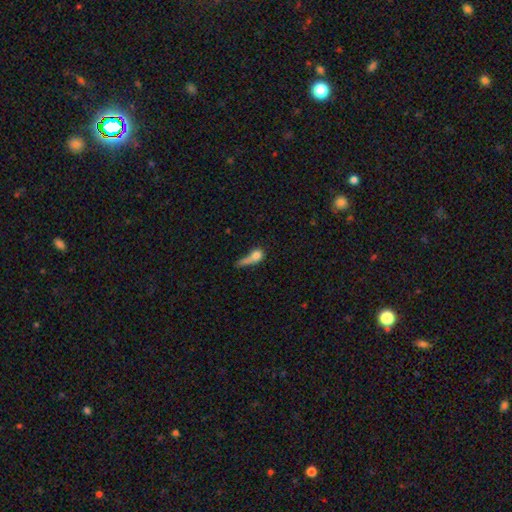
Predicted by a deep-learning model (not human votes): Smooth or featured? smooth (66%)
How rounded? in between (38%)
Merging? major disturbance (38%)